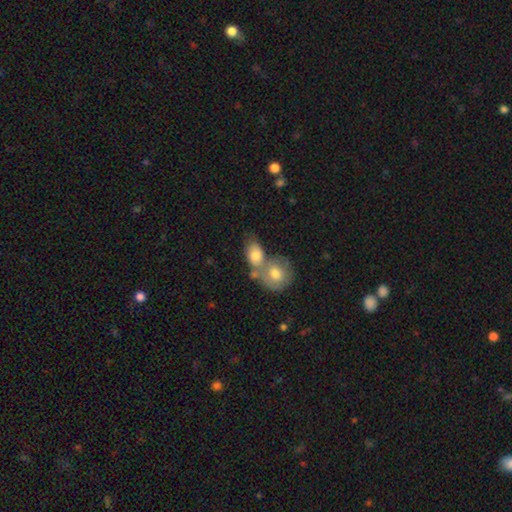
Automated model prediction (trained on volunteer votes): Smooth or featured? Predicted: smooth (p=0.74). How rounded? Predicted: in between (p=0.73). Merging? Predicted: merger (p=0.61).